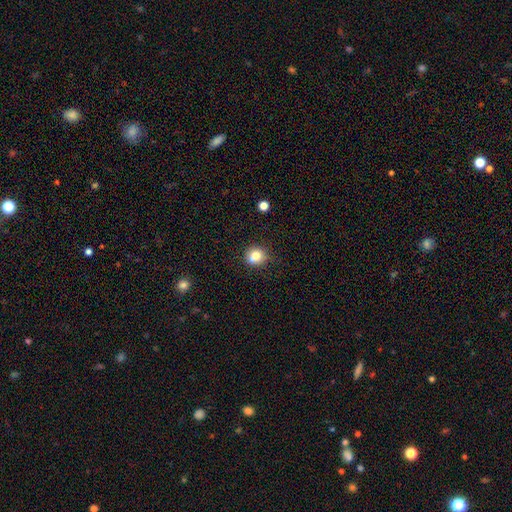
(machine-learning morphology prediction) A smooth galaxy with no disk features (78%) that is round (82%). Merging: none (74%).